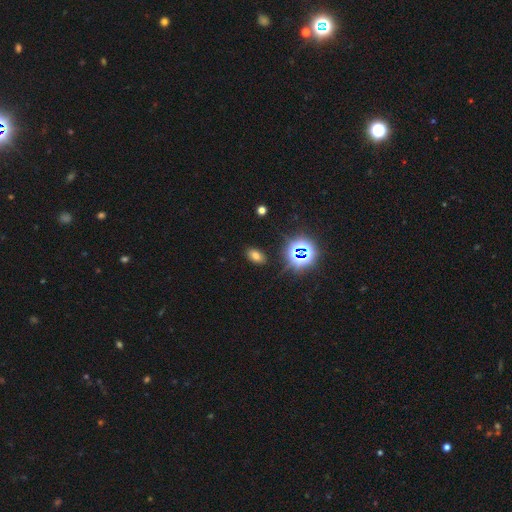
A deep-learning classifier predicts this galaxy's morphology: A smooth galaxy with no disk features (60%) that is in between round and cigar-shaped (87%).

Vote fractions:
- Smooth or featured? smooth: 60% / star or artifact: 30% / featured or disk: 10%
- How rounded? in between: 87% / round: 11% / cigar-shaped: 2%
- Merging? none: 86% / minor disturbance: 10% / major disturbance: 3% / merger: 2%